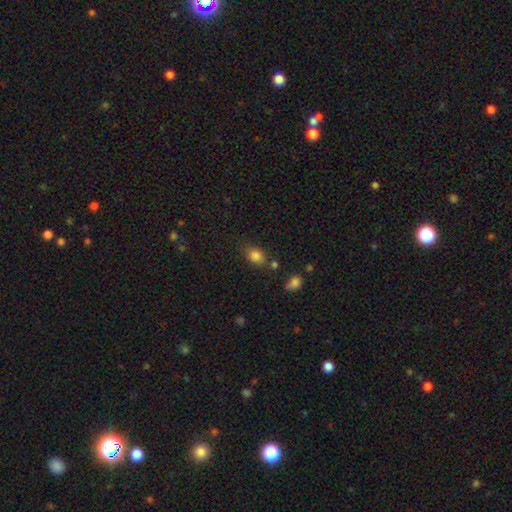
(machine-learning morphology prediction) This appears to be a smooth galaxy with no disk features (83%) that is in between round and cigar-shaped (61%). Merging: none (68%).